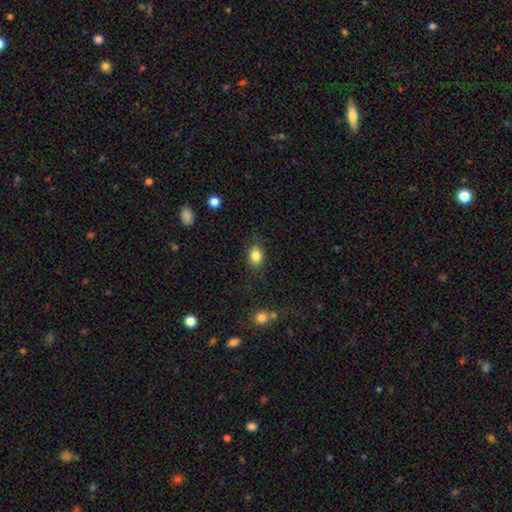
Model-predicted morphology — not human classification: Smooth or featured? Predicted: smooth (p=0.85). How rounded? Predicted: in between (p=0.75). Merging? Predicted: none (p=0.83).